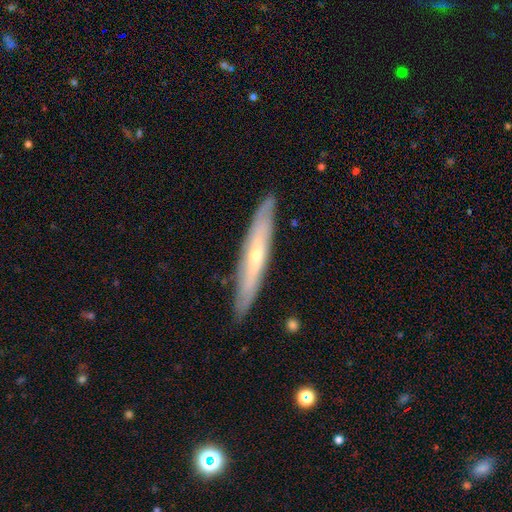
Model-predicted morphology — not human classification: Smooth or featured?
  - featured or disk: 62% *
  - smooth: 32%
  - star or artifact: 6%
Edge-on disk?
  - yes: 78% *
  - no: 22%
Merging?
  - none: 87% *
  - minor disturbance: 10%
  - major disturbance: 2%
  - merger: 1%